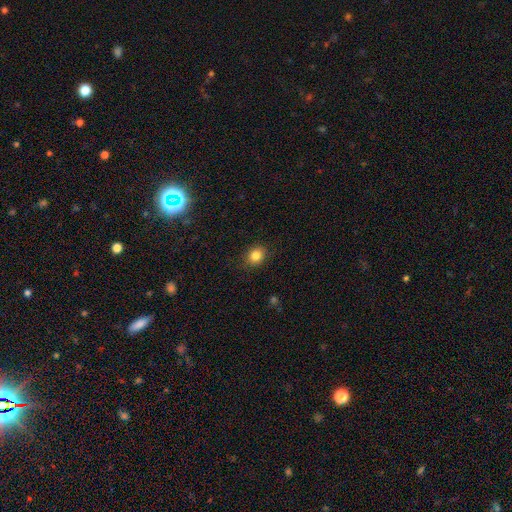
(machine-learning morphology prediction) Smooth or featured: smooth — 83% (star or artifact — 11%)
How rounded: round — 59% (in between — 40%)
Merging: none — 86% (minor disturbance — 10%)